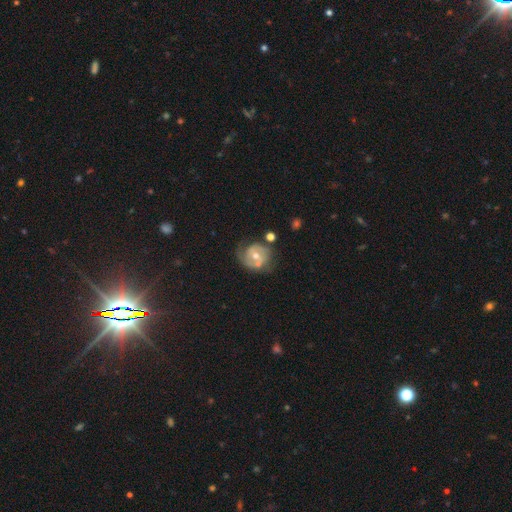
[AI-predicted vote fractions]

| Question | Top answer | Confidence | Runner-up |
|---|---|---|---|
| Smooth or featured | featured or disk | 71% | smooth (22%) |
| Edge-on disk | no | 97% | yes (3%) |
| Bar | no | 58% | weak (33%) |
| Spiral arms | yes | 82% | no (18%) |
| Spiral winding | tight | 45% | medium (38%) |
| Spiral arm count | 2 | 60% | 1 (18%) |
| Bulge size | moderate | 67% | small (29%) |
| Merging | none | 52% | minor disturbance (23%) |